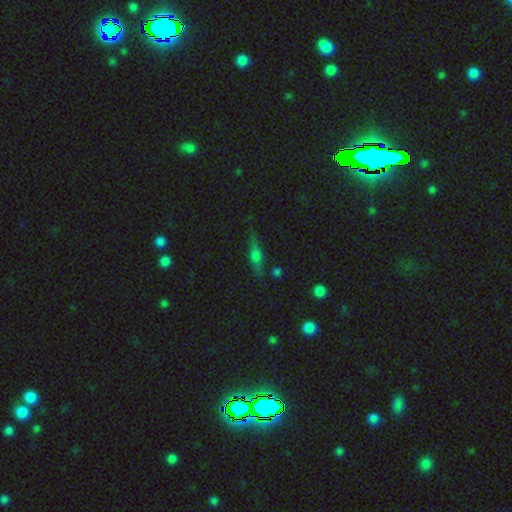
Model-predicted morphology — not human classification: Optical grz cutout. It shows a featured or disk galaxy (43%). Merging: none (79%).